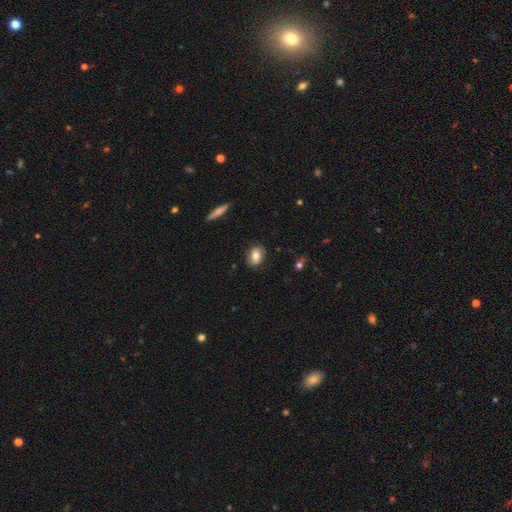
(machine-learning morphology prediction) type=smooth (76%); roundness=in between (76%); merging=none (85%).